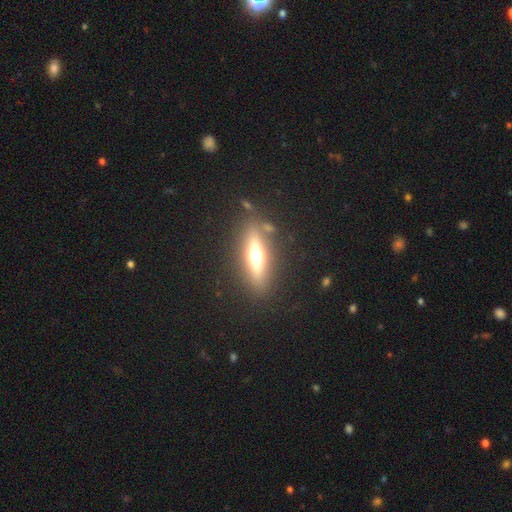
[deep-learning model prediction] Smooth or featured?
  - featured or disk: 58% *
  - smooth: 33%
  - star or artifact: 9%
Edge-on disk?
  - yes: 87% *
  - no: 13%
Edge-on bulge?
  - rounded: 91% *
  - boxy: 6%
  - none: 3%
Merging?
  - none: 82% *
  - minor disturbance: 10%
  - major disturbance: 4%
  - merger: 4%